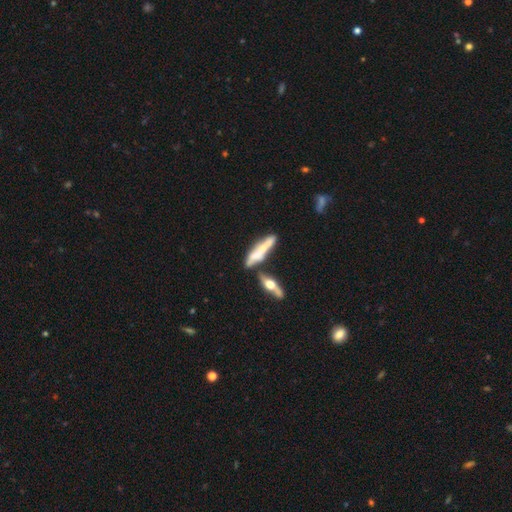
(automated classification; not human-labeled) Smooth or featured? Predicted: featured or disk (p=0.52). Edge-on disk? Predicted: yes (p=0.81). Merging? Predicted: none (p=0.45).